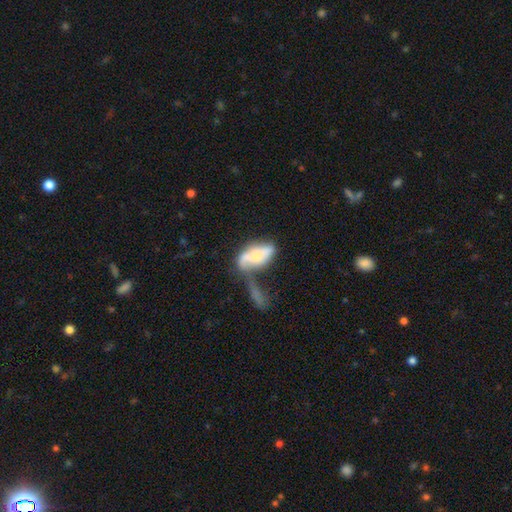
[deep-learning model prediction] A smooth galaxy with no disk features (49%). Merging: merger (36%).